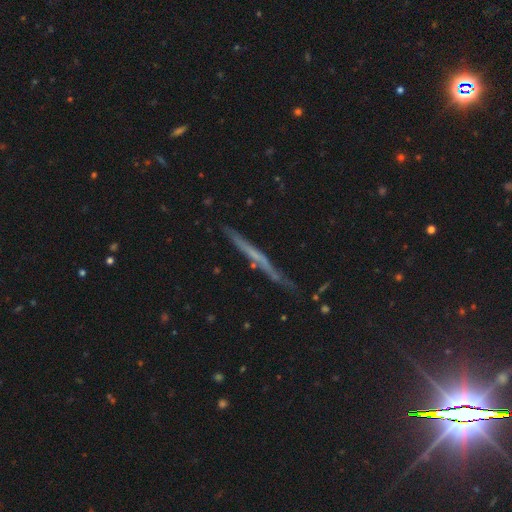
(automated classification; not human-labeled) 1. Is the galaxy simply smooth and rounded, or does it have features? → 56% featured or disk, 35% smooth, 10% star or artifact.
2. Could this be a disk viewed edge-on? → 93% yes, 7% no.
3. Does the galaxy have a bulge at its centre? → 85% none, 10% rounded, 6% boxy.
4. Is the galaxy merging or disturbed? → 75% none, 18% minor disturbance, 4% major disturbance, 3% merger.